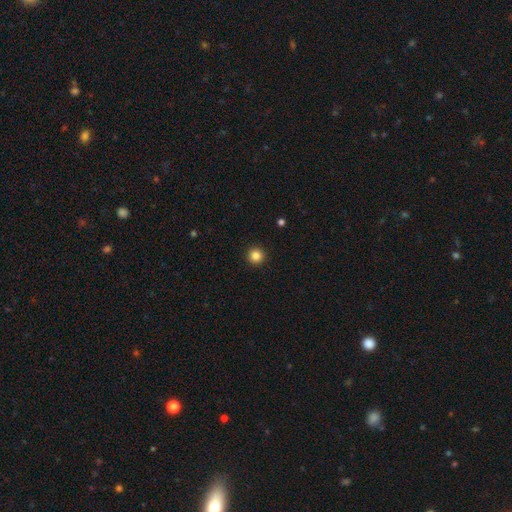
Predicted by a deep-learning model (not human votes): This is clearly a smooth galaxy (85%). How rounded: clearly round (96%). Merging: clearly none (94%).